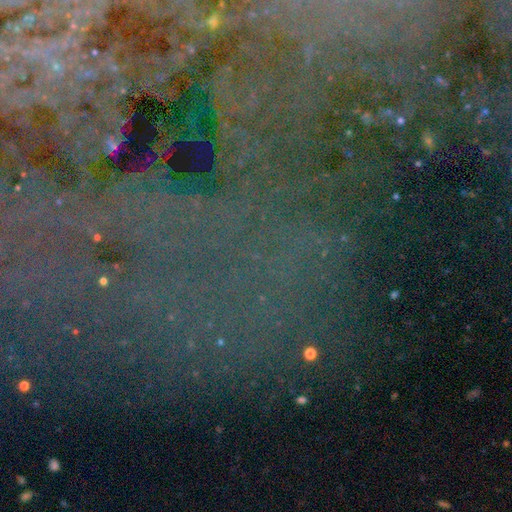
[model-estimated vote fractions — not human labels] smooth_or_featured: star or artifact (p=0.69) [alt: featured or disk p=0.20]